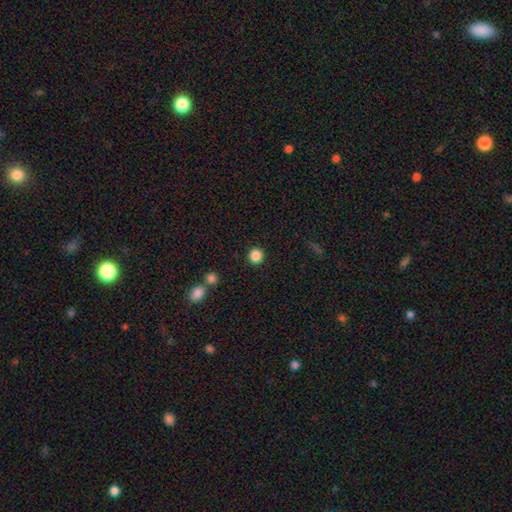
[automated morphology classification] This appears to be a smooth galaxy with no disk features (86%) that is round (92%). Merging: none (91%).